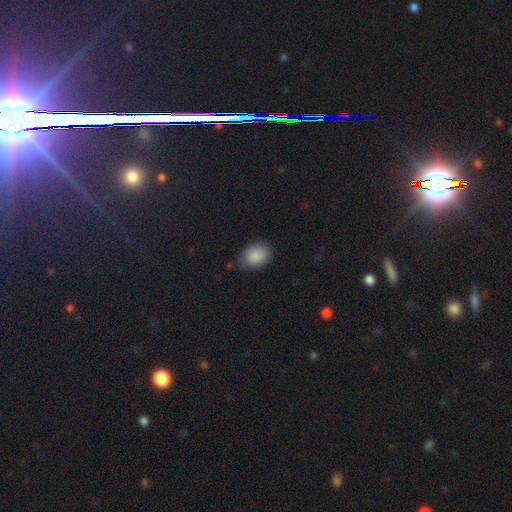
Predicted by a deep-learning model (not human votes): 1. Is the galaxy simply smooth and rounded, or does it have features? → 88% smooth, 7% star or artifact, 4% featured or disk.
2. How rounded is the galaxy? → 69% in between, 30% round, 1% cigar-shaped.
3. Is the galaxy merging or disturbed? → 73% none, 21% minor disturbance, 4% major disturbance, 2% merger.